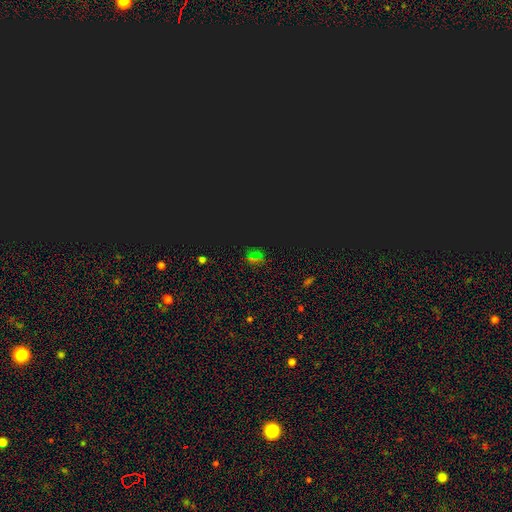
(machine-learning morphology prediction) Q: Smooth or featured?
A: star or artifact (69%); runner-up: smooth (24%)